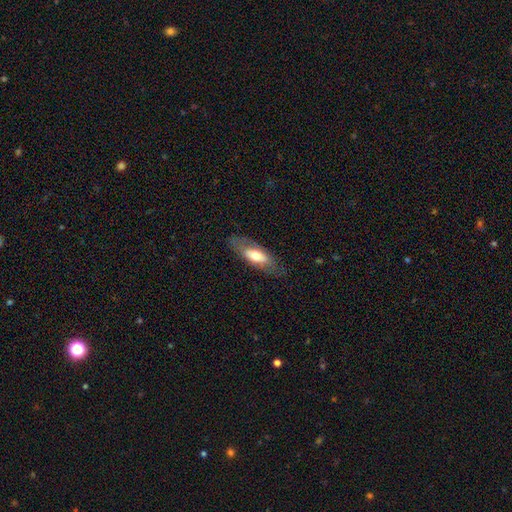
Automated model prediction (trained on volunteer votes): A smooth galaxy with no disk features (56%) that is in between round and cigar-shaped (72%). Merging: none (77%).